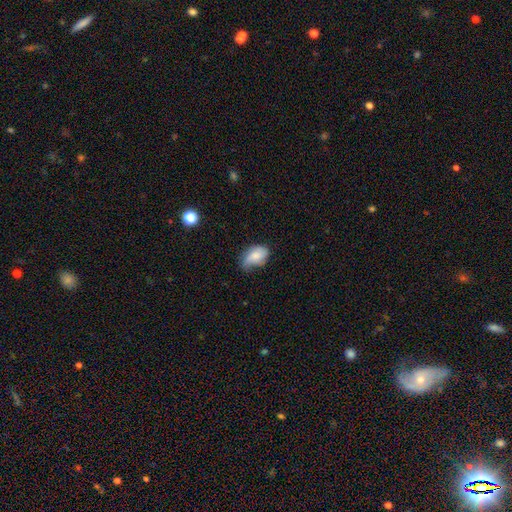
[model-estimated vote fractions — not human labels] This is likely a smooth galaxy (73%). How rounded: clearly in between (87%). Merging: marginally minor disturbance (45%).